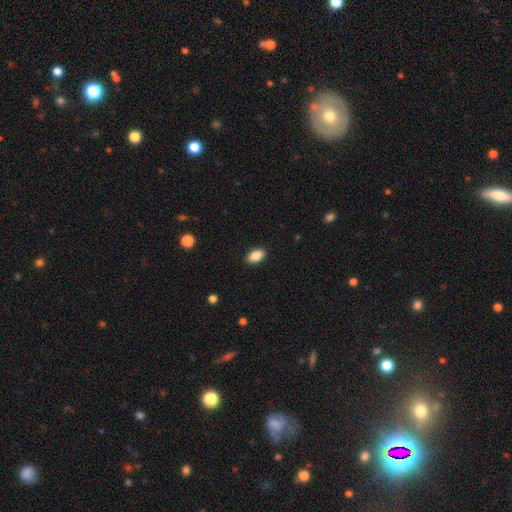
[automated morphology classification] A smooth galaxy with no disk features (87%) that is in between round and cigar-shaped (92%). Merging: none (89%).